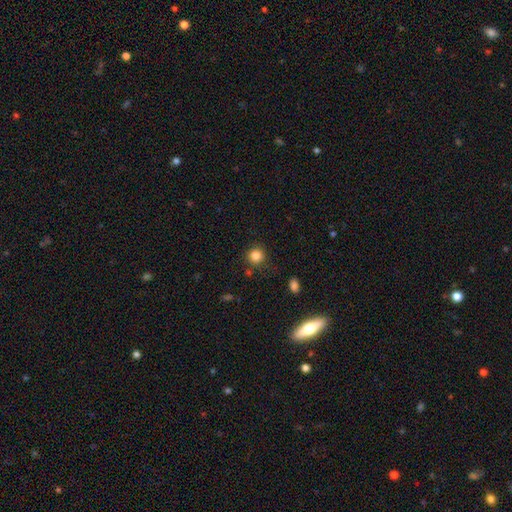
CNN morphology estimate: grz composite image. It shows a smooth galaxy with no disk features (83%) that is round (91%). Merging: none (84%).